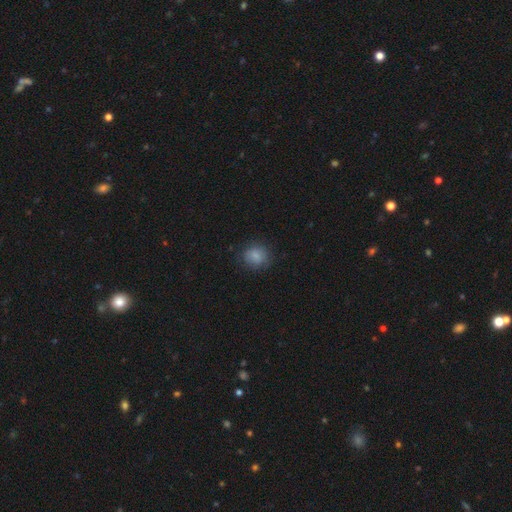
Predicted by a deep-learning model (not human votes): Smooth or featured? smooth (83%)
How rounded? round (80%)
Merging? none (79%)